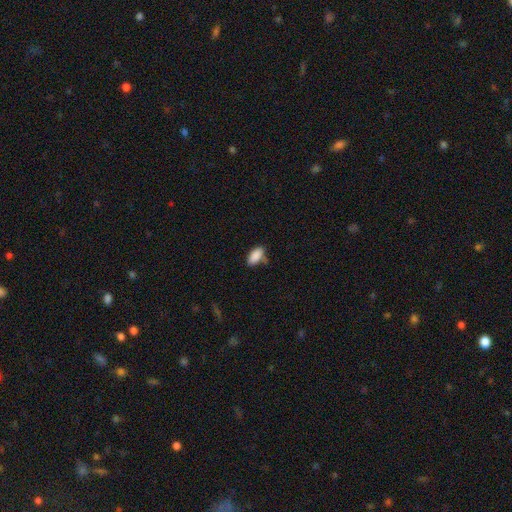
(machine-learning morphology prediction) Smooth or featured?
  - smooth: 88% *
  - star or artifact: 7%
  - featured or disk: 4%
How rounded?
  - in between: 93% *
  - cigar-shaped: 4%
  - round: 3%
Merging?
  - none: 65% *
  - minor disturbance: 23%
  - merger: 7%
  - major disturbance: 5%